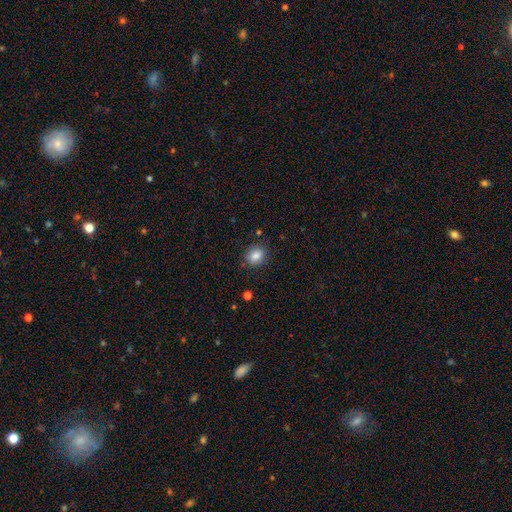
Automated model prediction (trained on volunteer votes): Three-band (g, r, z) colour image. It shows a smooth galaxy with no disk features (85%) that is round (60%). Merging: none (84%).